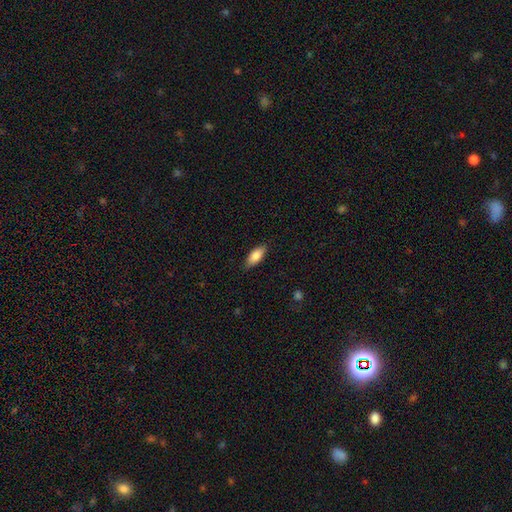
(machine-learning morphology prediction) A smooth galaxy with no disk features (82%) that is in between round and cigar-shaped (79%).

Vote fractions:
- Smooth or featured? smooth: 82% / featured or disk: 11% / star or artifact: 6%
- How rounded? in between: 79% / cigar-shaped: 18% / round: 2%
- Merging? none: 86% / minor disturbance: 11% / major disturbance: 2% / merger: 1%